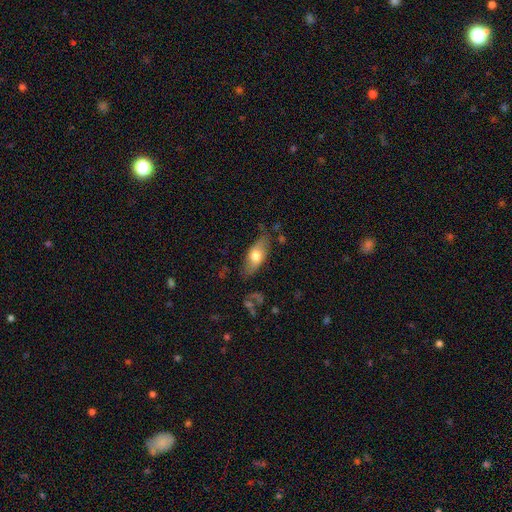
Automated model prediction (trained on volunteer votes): Smooth or featured: smooth — 65% (featured or disk — 29%)
How rounded: in between — 77% (cigar-shaped — 19%)
Merging: none — 73% (minor disturbance — 19%)